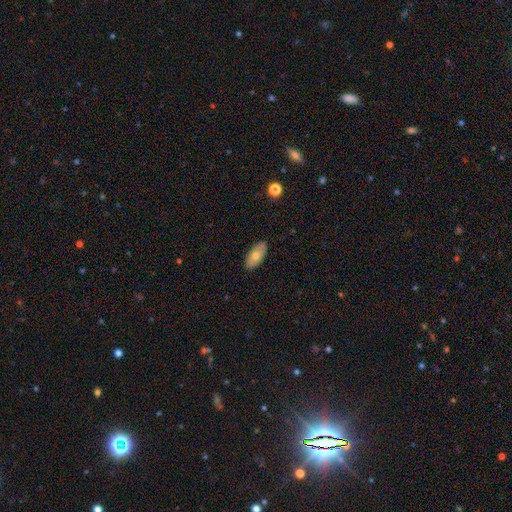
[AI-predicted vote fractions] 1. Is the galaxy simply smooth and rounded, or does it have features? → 70% smooth, 24% featured or disk, 6% star or artifact.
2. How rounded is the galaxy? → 92% in between, 5% cigar-shaped, 3% round.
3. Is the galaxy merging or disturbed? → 88% none, 9% minor disturbance, 2% major disturbance, 1% merger.